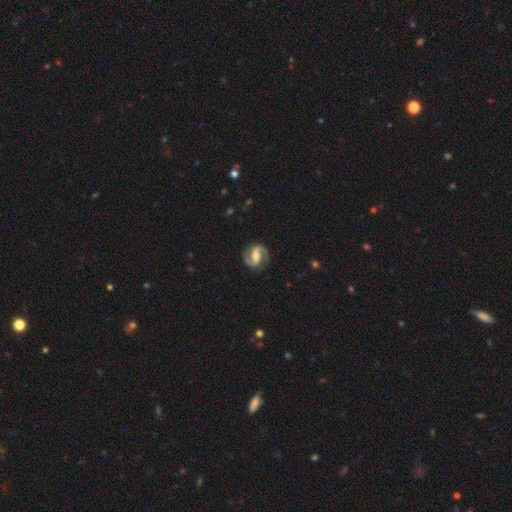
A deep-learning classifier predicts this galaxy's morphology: type=featured or disk (90%); edge-on=no (98%); bar=strong (44%); spiral arms=yes (97%); winding=medium (58%); arm count=2 (94%); bulge=moderate (53%); merging=none (85%).